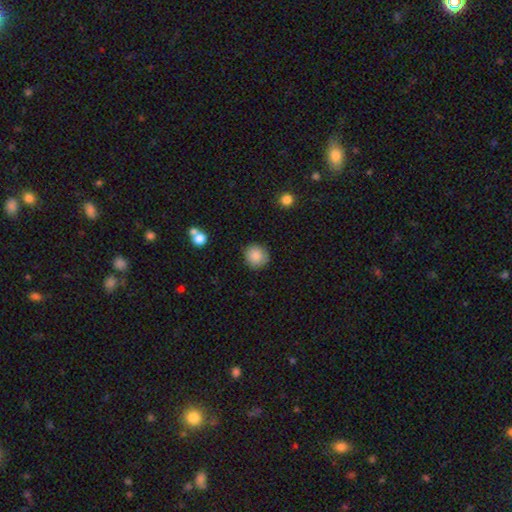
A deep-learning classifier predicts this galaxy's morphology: smooth 86%, star or artifact 8%, featured or disk 5%. Down the decision tree: how rounded — round (92%); merging — none (86%).